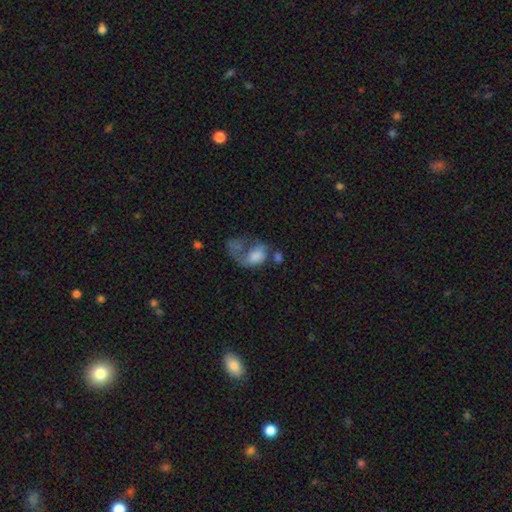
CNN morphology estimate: Smooth or featured: smooth — 55% (featured or disk — 34%)
How rounded: in between — 78% (round — 20%)
Merging: major disturbance — 48% (merger — 28%)